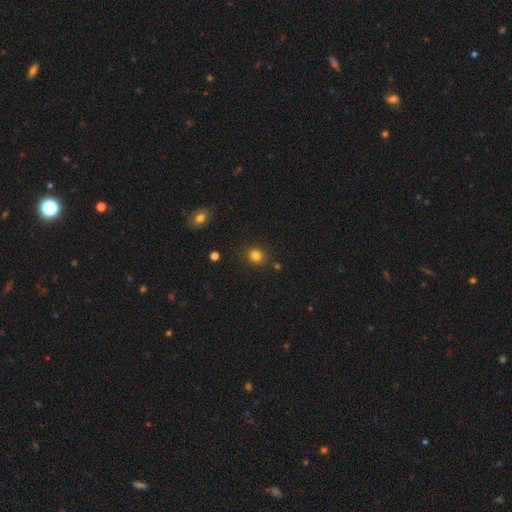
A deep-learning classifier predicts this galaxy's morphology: A smooth galaxy with no disk features (82%) that is round (73%).

Vote fractions:
- Smooth or featured? smooth: 82% / star or artifact: 13% / featured or disk: 5%
- How rounded? round: 73% / in between: 26% / cigar-shaped: 1%
- Merging? none: 86% / minor disturbance: 9% / merger: 3% / major disturbance: 3%